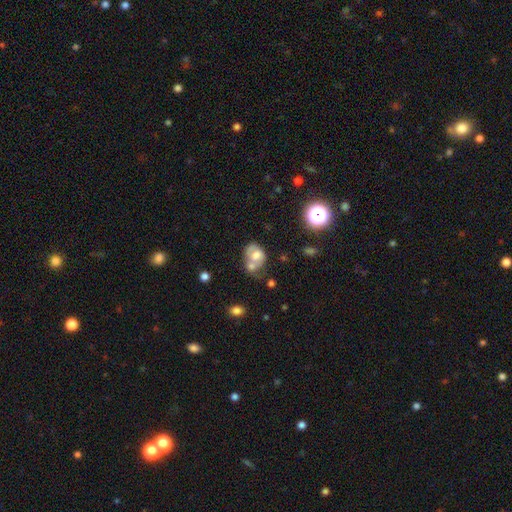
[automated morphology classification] smooth 57%, featured or disk 32%, star or artifact 11%. Down the decision tree: how rounded — in between (59%); merging — merger (49%).